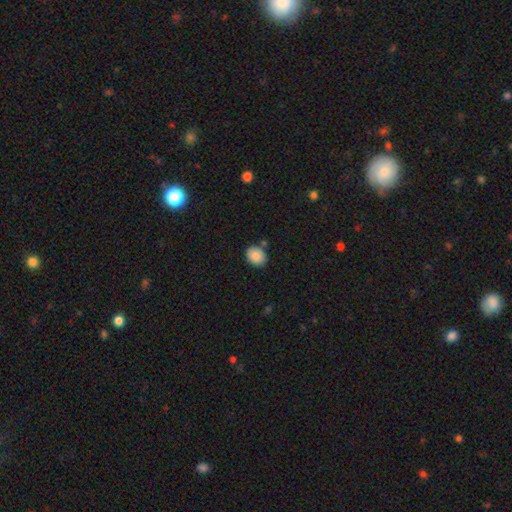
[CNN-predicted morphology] Smooth or featured? Predicted: smooth (p=0.86). How rounded? Predicted: round (p=0.51). Merging? Predicted: none (p=0.79).